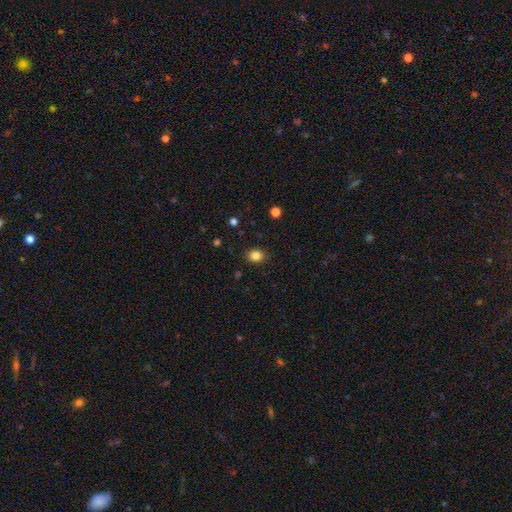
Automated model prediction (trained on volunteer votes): Smooth or featured? smooth (84%)
How rounded? round (55%)
Merging? none (89%)